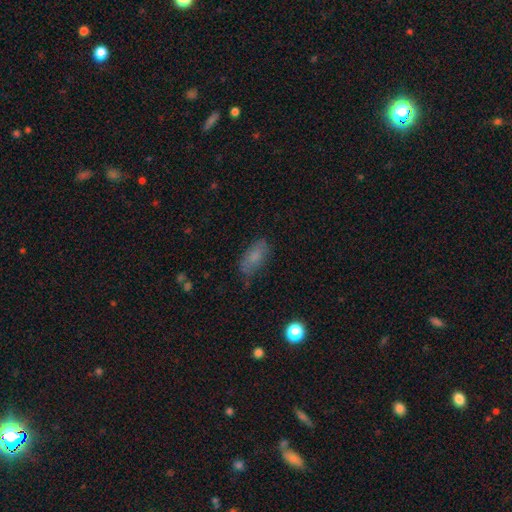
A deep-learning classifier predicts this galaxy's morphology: This is likely a smooth galaxy (75%). How rounded: clearly in between (87%). Merging: likely none (68%).